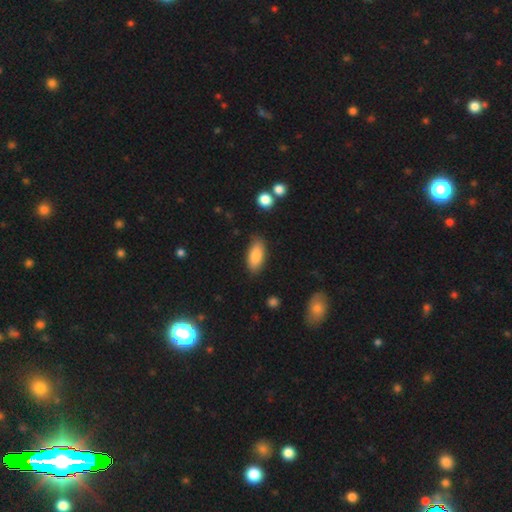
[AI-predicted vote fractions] smooth-or-featured: smooth: 83% | featured or disk: 10% | star or artifact: 7%
  how-rounded: in between: 87% | cigar-shaped: 11% | round: 3%
  merging: none: 83% | minor disturbance: 12% | major disturbance: 3% | merger: 2%